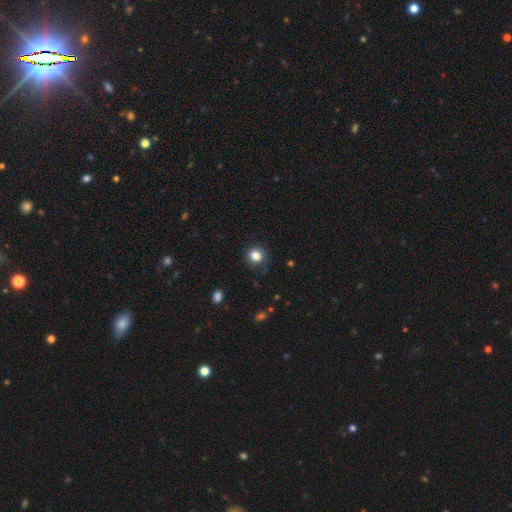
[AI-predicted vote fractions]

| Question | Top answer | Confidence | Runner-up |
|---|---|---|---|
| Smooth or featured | smooth | 84% | star or artifact (11%) |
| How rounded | round | 75% | in between (24%) |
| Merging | none | 80% | minor disturbance (14%) |